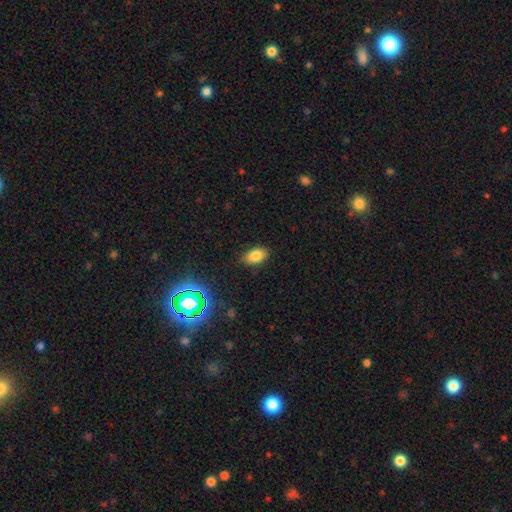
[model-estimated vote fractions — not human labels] This appears to be a smooth galaxy with no disk features (80%) that is in between round and cigar-shaped (89%). Merging: none (83%).